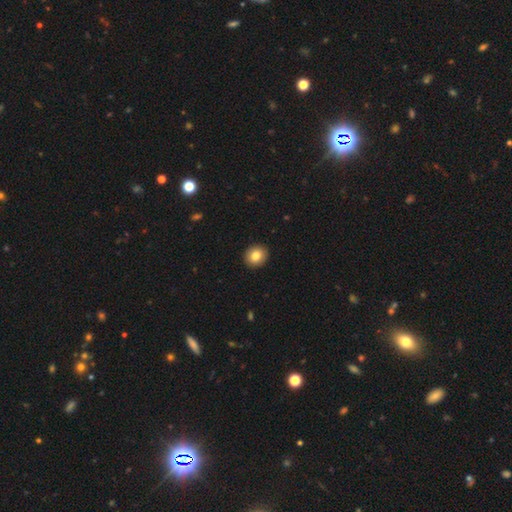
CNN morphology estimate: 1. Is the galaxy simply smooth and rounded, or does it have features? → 83% smooth, 9% star or artifact, 8% featured or disk.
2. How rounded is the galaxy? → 73% round, 26% in between, 1% cigar-shaped.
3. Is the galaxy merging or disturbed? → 92% none, 5% minor disturbance, 1% major disturbance, 1% merger.